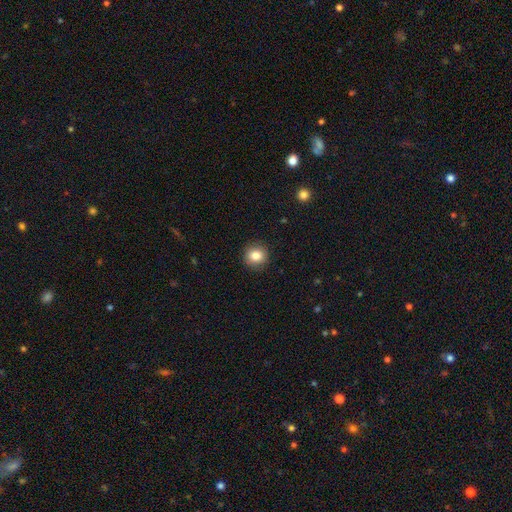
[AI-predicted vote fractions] smooth-or-featured: smooth: 83% | star or artifact: 10% | featured or disk: 7%
  how-rounded: round: 89% | in between: 10% | cigar-shaped: 1%
  merging: none: 91% | minor disturbance: 6% | major disturbance: 2% | merger: 1%